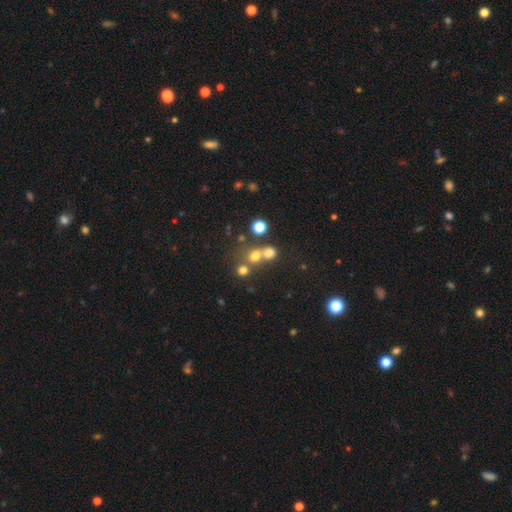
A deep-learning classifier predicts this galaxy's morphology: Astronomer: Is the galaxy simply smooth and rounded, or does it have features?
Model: smooth — 67%.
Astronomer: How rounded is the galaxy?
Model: round — 84%.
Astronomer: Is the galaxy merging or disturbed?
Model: none — 47% (runner-up: merger, 42%).